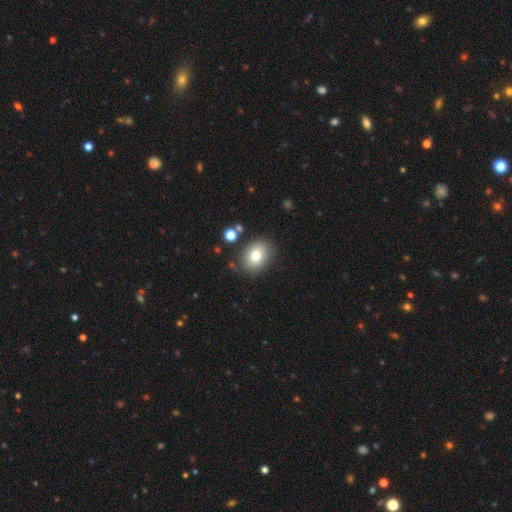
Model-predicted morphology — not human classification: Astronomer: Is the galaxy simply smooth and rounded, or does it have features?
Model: smooth — 77%.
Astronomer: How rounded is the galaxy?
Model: in between — 62%.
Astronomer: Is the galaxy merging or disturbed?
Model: none — 83%.